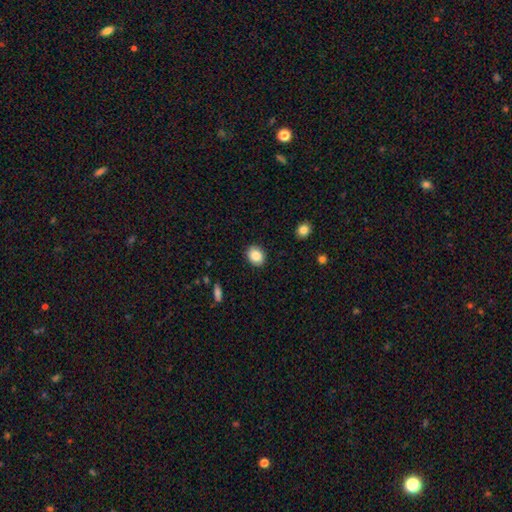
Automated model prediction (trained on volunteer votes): Q: Smooth or featured?
A: smooth (87%); runner-up: star or artifact (8%)
Q: How rounded?
A: in between (52%); runner-up: round (47%)
Q: Merging?
A: none (89%); runner-up: minor disturbance (8%)